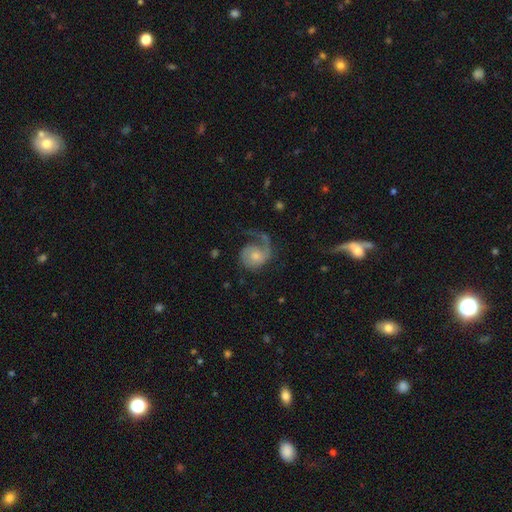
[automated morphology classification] This is likely a featured or disk galaxy (72%). It is clearly not viewed edge-on (98%). Bar: likely no (74%). Spiral arm pattern: clearly yes (92%). Spiral arm count: likely 1 (73%). Spiral winding: marginally loose (37%, tied with medium). Central bulge: possibly moderate (48%). Merging: marginally none (43%).